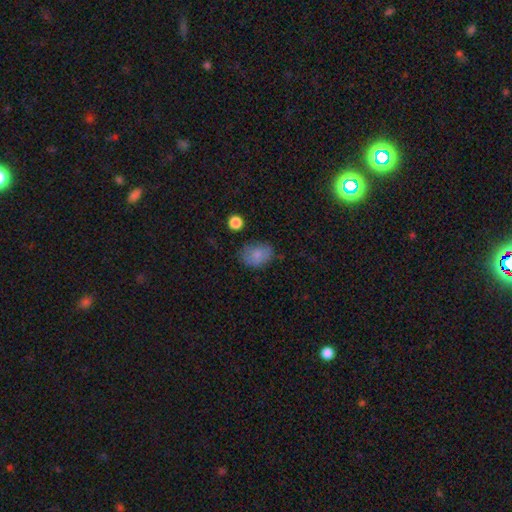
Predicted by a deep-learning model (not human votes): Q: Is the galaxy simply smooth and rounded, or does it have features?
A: smooth — 78%.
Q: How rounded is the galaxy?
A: in between — 71%.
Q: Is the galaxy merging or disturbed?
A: none — 67%.